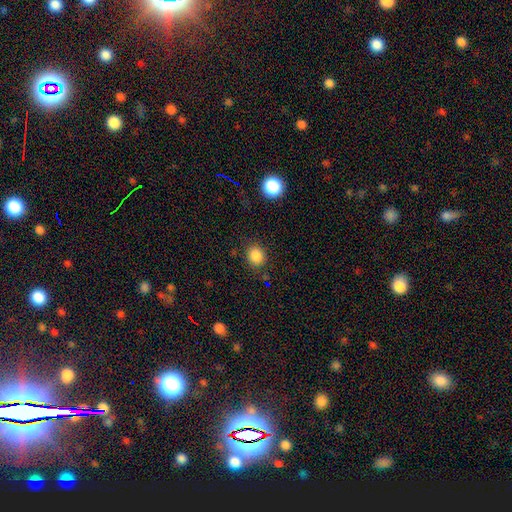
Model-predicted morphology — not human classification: smooth-or-featured: smooth: 86% | star or artifact: 11% | featured or disk: 4%
  how-rounded: round: 79% | in between: 20% | cigar-shaped: 1%
  merging: none: 85% | minor disturbance: 10% | major disturbance: 3% | merger: 2%